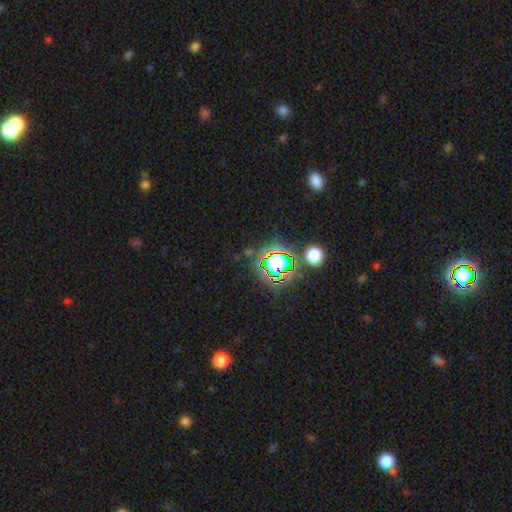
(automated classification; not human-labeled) star or artifact 77%, smooth 15%, featured or disk 8%.